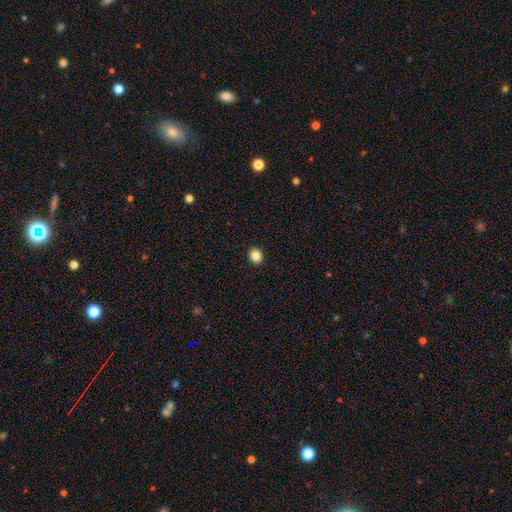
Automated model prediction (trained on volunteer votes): smooth_or_featured: smooth (p=0.86) [alt: star or artifact p=0.10]
how_rounded: round (p=0.69) [alt: in between p=0.31]
merging: none (p=0.93) [alt: minor disturbance p=0.05]